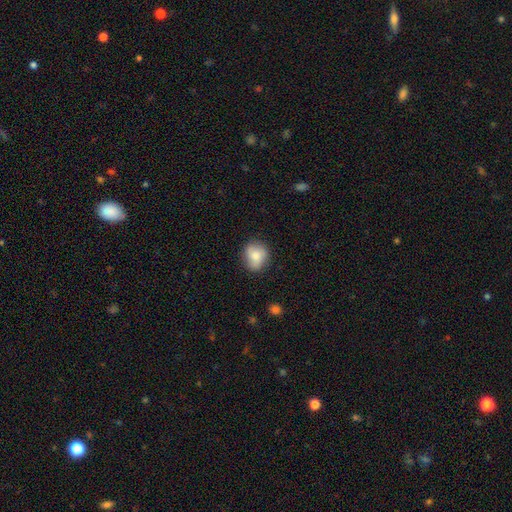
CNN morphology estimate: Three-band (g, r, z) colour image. It shows a smooth galaxy with no disk features (78%) that is round (68%). Merging: none (76%).